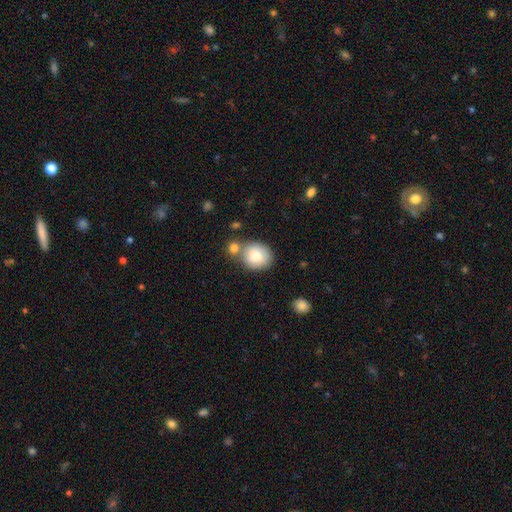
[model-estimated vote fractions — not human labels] This is clearly a smooth galaxy (81%). How rounded: likely round (66%). Merging: possibly none (56%).